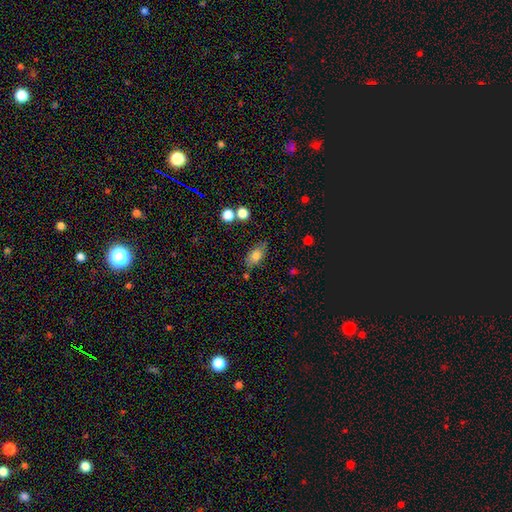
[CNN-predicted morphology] The model was most divided on "merging": none: 70%, minor disturbance: 18%, merger: 7%, major disturbance: 5%. More confident: how rounded — in between (85%); smooth or featured — smooth (77%).